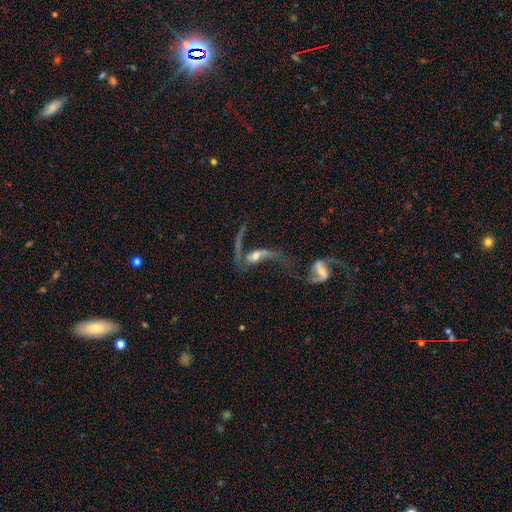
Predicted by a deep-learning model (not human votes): A featured or disk galaxy (77%) with no bar (45%), 2 (80%) loose (89%) spiral arms (82%) and a moderate central bulge (53%).

Vote fractions:
- Smooth or featured? featured or disk: 77% / smooth: 14% / star or artifact: 9%
- Edge-on disk? no: 88% / yes: 12%
- Bar? no: 45% / weak: 34% / strong: 21%
- Spiral arms? yes: 82% / no: 18%
- Spiral winding? loose: 89% / medium: 9% / tight: 3%
- Spiral arm count? 2: 80% / 1: 12% / can't tell: 4% / 3: 1% / 4: 1% / more than 4: 1%
- Bulge size? moderate: 53% / small: 26% / large: 12% / none: 6% / dominant: 2%
- Merging? major disturbance: 34% / merger: 29% / none: 25% / minor disturbance: 12%